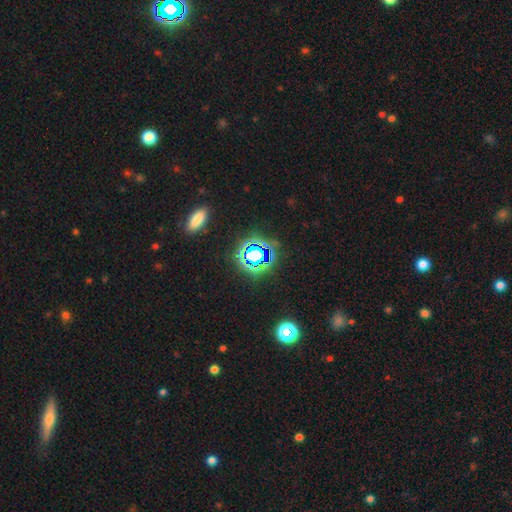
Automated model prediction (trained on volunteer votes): Smooth or featured?
  - star or artifact: 72% *
  - smooth: 17%
  - featured or disk: 11%